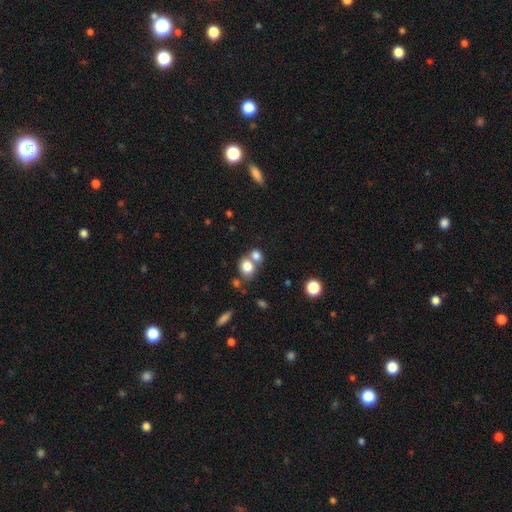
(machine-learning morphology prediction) Smooth or featured? Predicted: smooth (p=0.79). How rounded? Predicted: round (p=0.56). Merging? Predicted: merger (p=0.49).